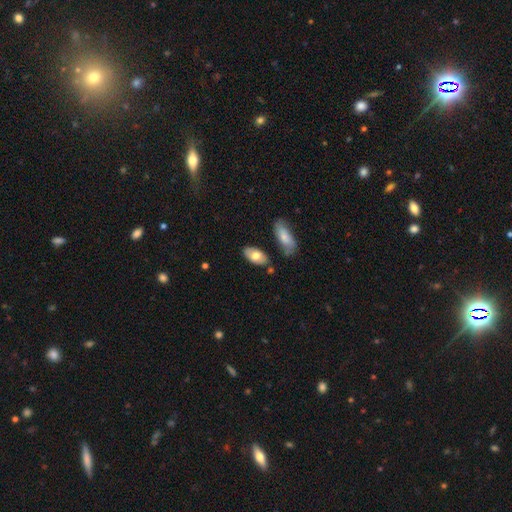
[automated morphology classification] This is likely a smooth galaxy (73%). How rounded: clearly in between (92%). Merging: likely none (75%).